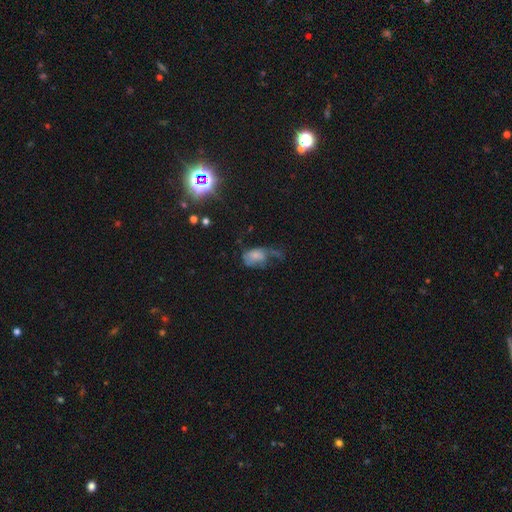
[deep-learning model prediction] Smooth or featured? smooth (58%)
How rounded? in between (86%)
Merging? major disturbance (50%)